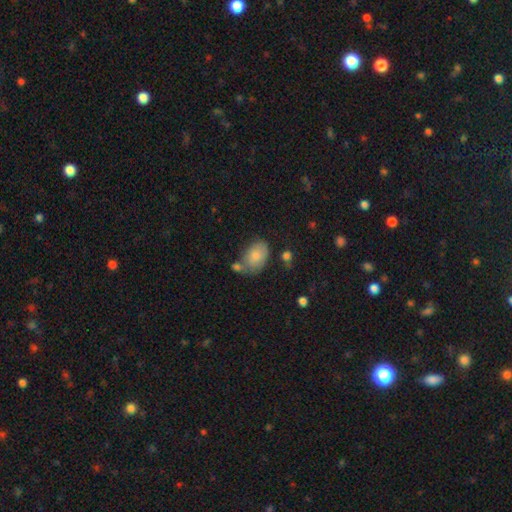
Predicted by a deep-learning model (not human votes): Smooth or featured: smooth — 79% (featured or disk — 14%)
How rounded: in between — 87% (round — 12%)
Merging: none — 50% (minor disturbance — 24%)